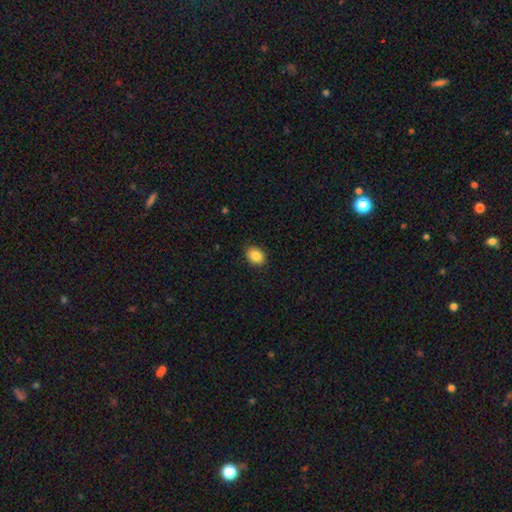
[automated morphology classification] This is clearly a smooth galaxy (85%). How rounded: likely in between (62%). Merging: clearly none (88%).